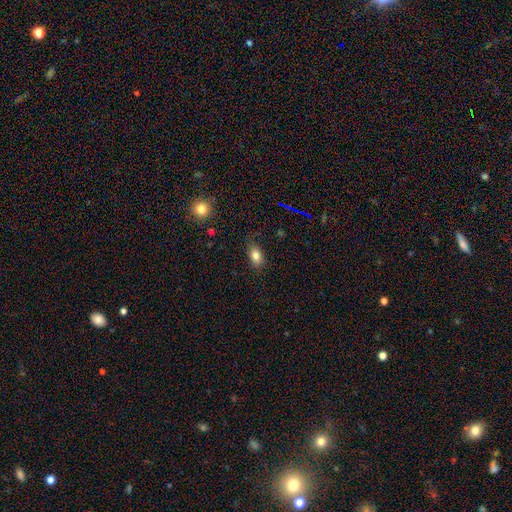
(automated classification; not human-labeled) This is clearly a smooth galaxy (80%). How rounded: clearly in between (84%). Merging: likely none (80%).